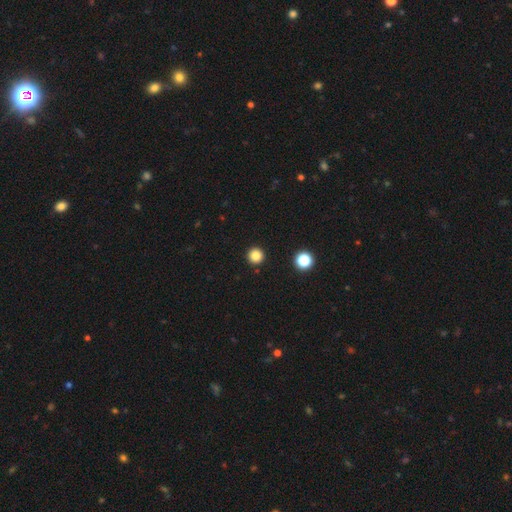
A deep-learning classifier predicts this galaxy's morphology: smooth_or_featured: smooth (p=0.84) [alt: star or artifact p=0.13]
how_rounded: round (p=0.96) [alt: in between p=0.03]
merging: none (p=0.93) [alt: minor disturbance p=0.04]